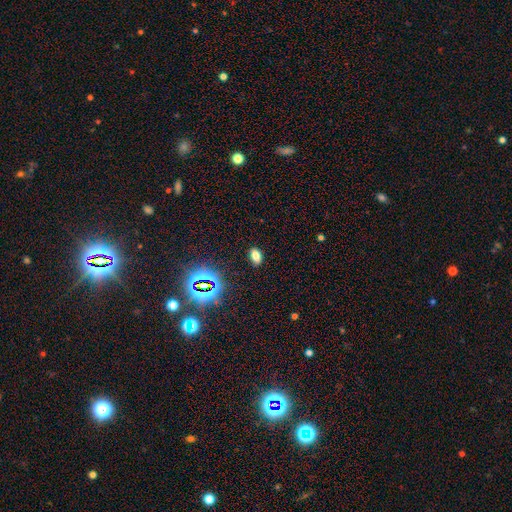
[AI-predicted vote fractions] Smooth or featured: smooth — 68% (star or artifact — 22%)
How rounded: in between — 88% (round — 9%)
Merging: none — 87% (minor disturbance — 9%)